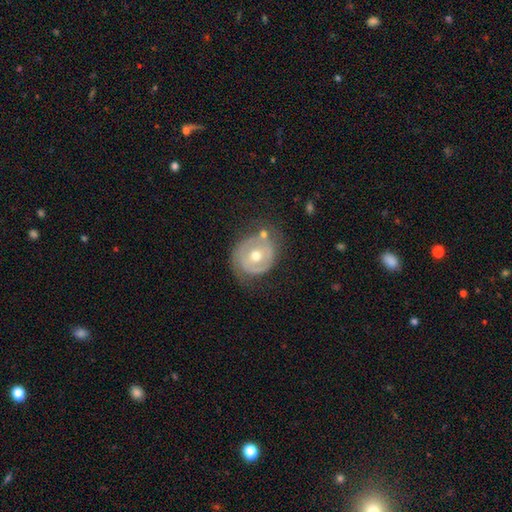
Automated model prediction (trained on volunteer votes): This is likely a featured or disk galaxy (62%). It is clearly not viewed edge-on (96%). Bar: likely no (74%). Spiral arm pattern: possibly no (55%). Central bulge: likely moderate (76%). Merging: possibly none (54%).